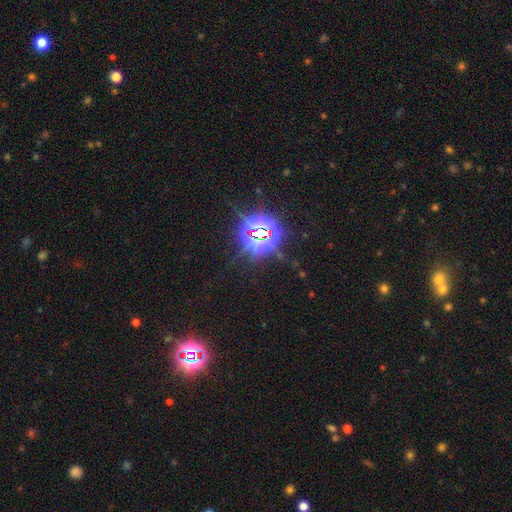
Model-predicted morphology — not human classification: A star or artifact, not a galaxy (82%).